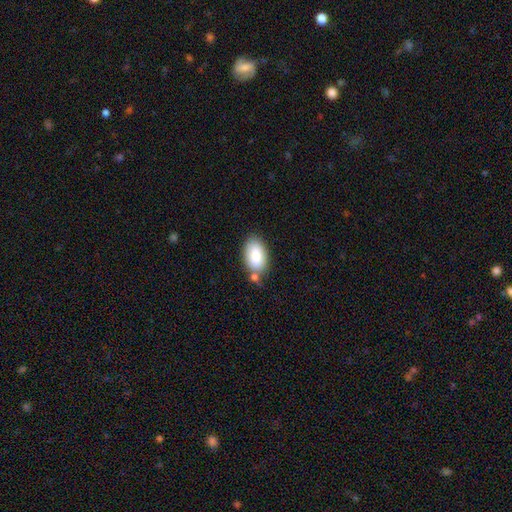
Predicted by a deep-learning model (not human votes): This is clearly a smooth galaxy (83%). How rounded: clearly in between (93%). Merging: likely none (66%).